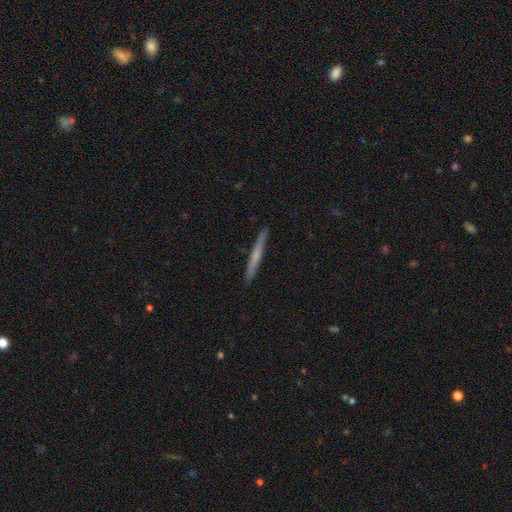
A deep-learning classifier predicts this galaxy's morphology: Smooth or featured?
  - featured or disk: 47% * (tied)
  - smooth: 47% * (tied)
  - star or artifact: 6%
Merging?
  - none: 91% *
  - minor disturbance: 7%
  - major disturbance: 1%
  - merger: 1%